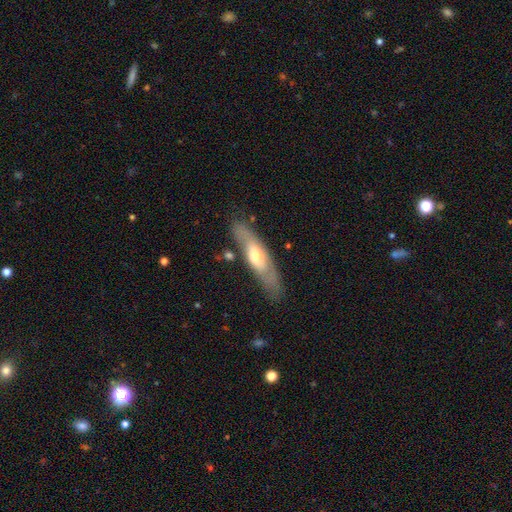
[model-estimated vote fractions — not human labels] Smooth or featured?
  - featured or disk: 51% *
  - smooth: 44%
  - star or artifact: 6%
Edge-on disk?
  - no: 53% *
  - yes: 47%
Merging?
  - none: 75% *
  - minor disturbance: 17%
  - major disturbance: 5%
  - merger: 3%